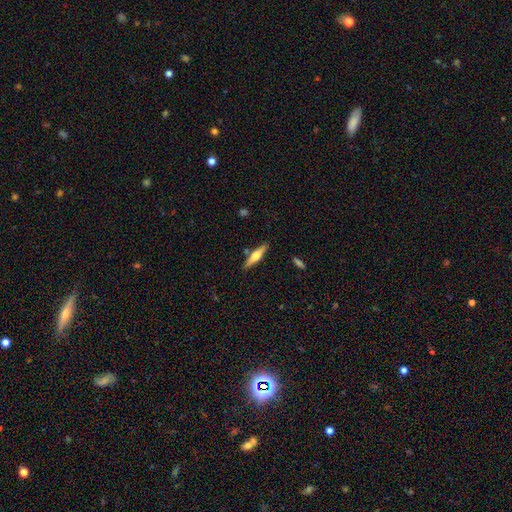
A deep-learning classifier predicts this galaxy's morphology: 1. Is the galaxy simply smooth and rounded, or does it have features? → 51% featured or disk, 43% smooth, 6% star or artifact.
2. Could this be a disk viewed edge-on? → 94% yes, 6% no.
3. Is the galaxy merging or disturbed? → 84% none, 10% minor disturbance, 4% merger, 2% major disturbance.